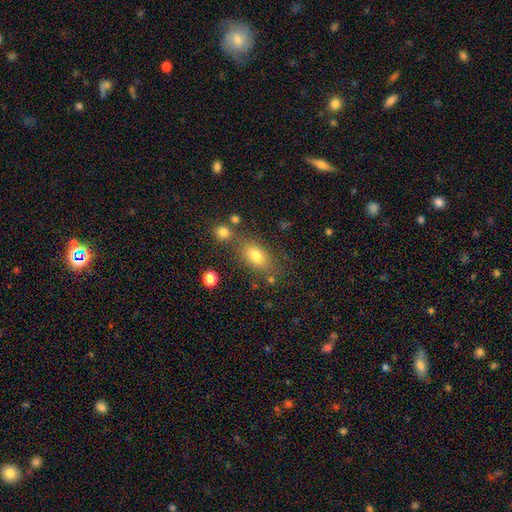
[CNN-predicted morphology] smooth-or-featured: smooth: 76% | star or artifact: 12% | featured or disk: 12%
  how-rounded: in between: 80% | round: 17% | cigar-shaped: 3%
  merging: none: 69% | minor disturbance: 14% | merger: 13% | major disturbance: 5%